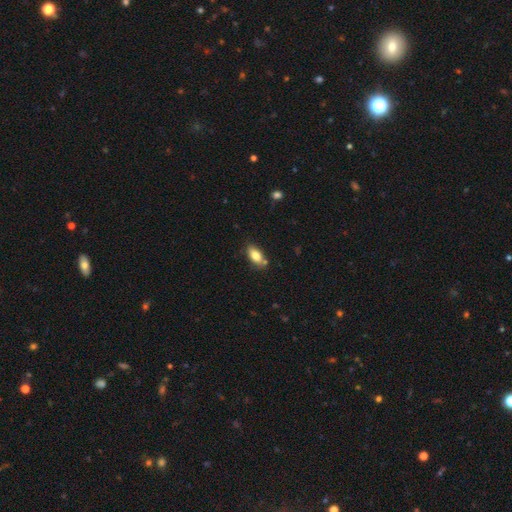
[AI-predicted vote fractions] smooth_or_featured: smooth (p=0.81) [alt: featured or disk p=0.12]
how_rounded: in between (p=0.89) [alt: cigar-shaped p=0.07]
merging: none (p=0.72) [alt: minor disturbance p=0.16]